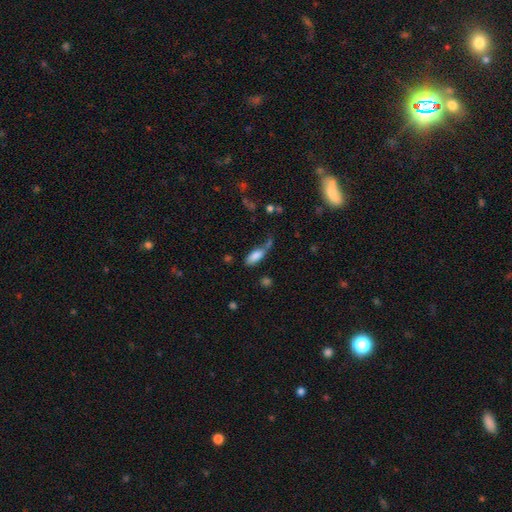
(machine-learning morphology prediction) A smooth galaxy with no disk features (83%) that is in between round and cigar-shaped (78%). Merging: none (47%).